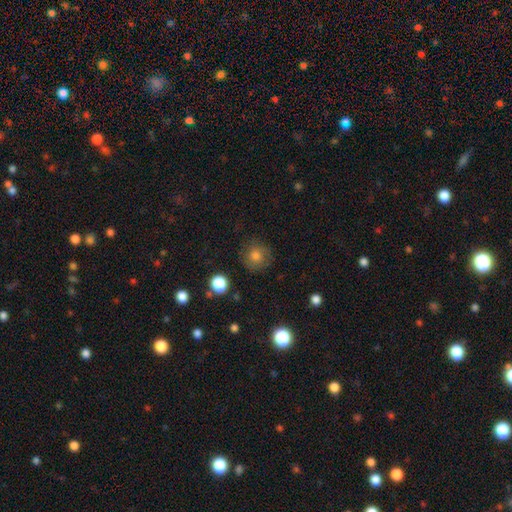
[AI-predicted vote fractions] A smooth galaxy with no disk features (71%) that is round (92%).

Vote fractions:
- Smooth or featured? smooth: 71% / star or artifact: 15% / featured or disk: 15%
- How rounded? round: 92% / in between: 7% / cigar-shaped: 1%
- Merging? none: 82% / minor disturbance: 12% / major disturbance: 5% / merger: 1%